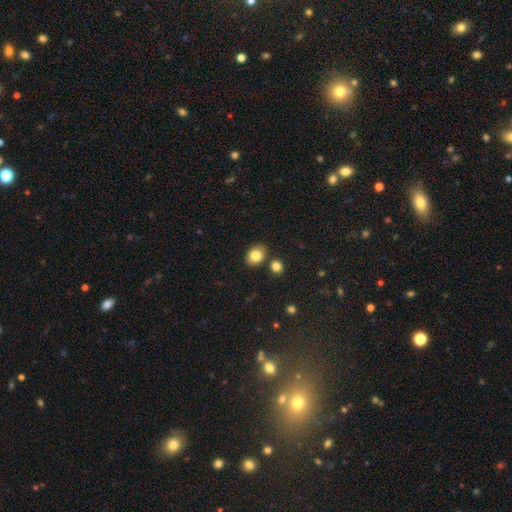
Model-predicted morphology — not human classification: A smooth galaxy with no disk features (84%) that is in between round and cigar-shaped (68%).

Vote fractions:
- Smooth or featured? smooth: 84% / star or artifact: 9% / featured or disk: 7%
- How rounded? in between: 68% / round: 31% / cigar-shaped: 1%
- Merging? none: 80% / minor disturbance: 10% / merger: 8% / major disturbance: 2%